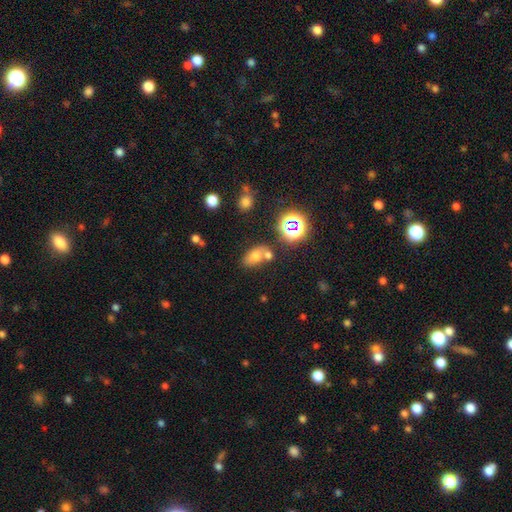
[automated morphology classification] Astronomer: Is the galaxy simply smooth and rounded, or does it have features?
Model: smooth — 64%.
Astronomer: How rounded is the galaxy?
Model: in between — 81%.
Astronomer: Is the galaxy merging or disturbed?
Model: none — 50% (runner-up: merger, 33%).